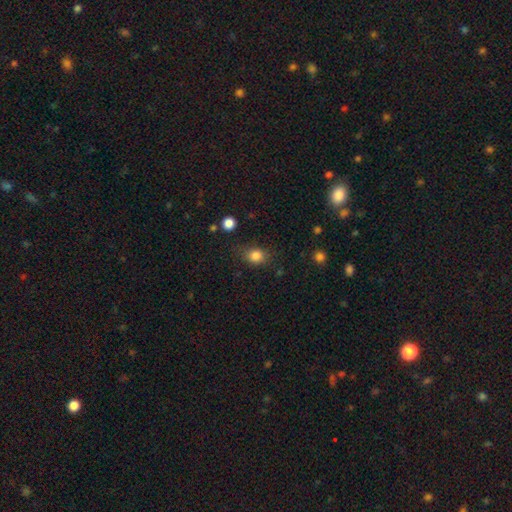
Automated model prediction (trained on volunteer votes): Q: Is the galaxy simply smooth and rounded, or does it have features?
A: smooth — 83%.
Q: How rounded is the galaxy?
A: round — 56%.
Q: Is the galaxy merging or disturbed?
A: none — 74%.